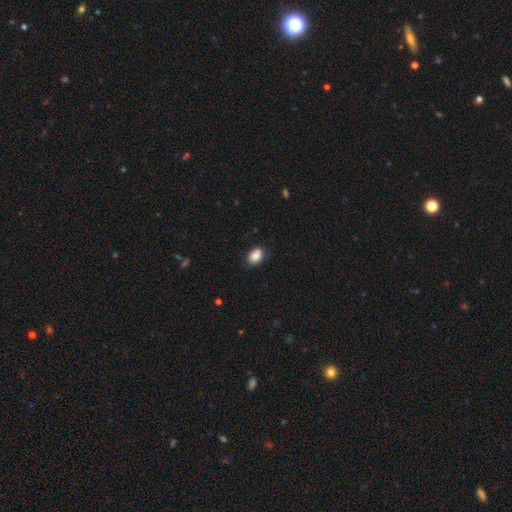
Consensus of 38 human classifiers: Morphology: type=smooth (95%); roundness=in between (83%); merging=none (76%).